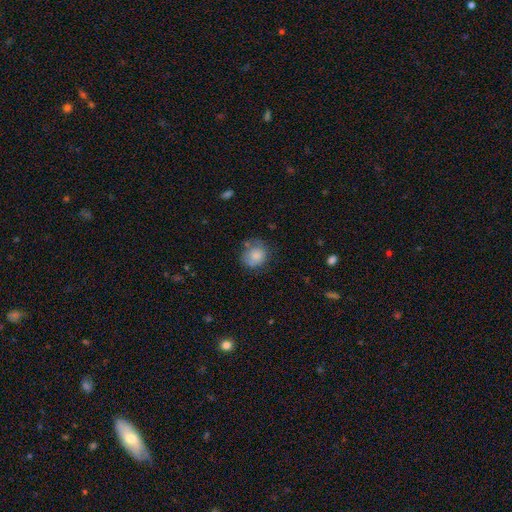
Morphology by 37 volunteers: smooth_or_featured: smooth (p=0.86) [alt: featured or disk p=0.08]
how_rounded: round (p=0.66) [alt: in between p=0.34]
merging: none (p=0.74) [alt: minor disturbance p=0.17]